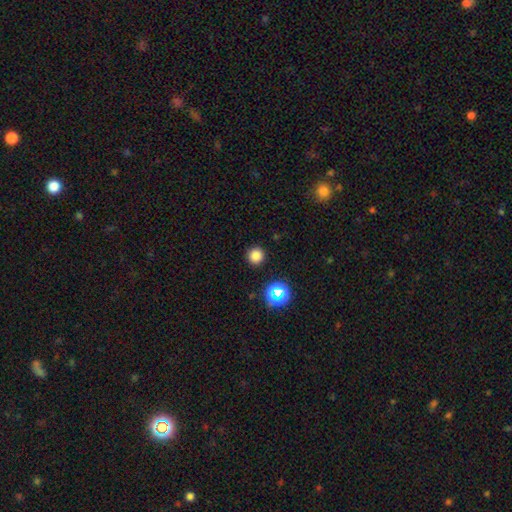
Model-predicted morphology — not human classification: smooth_or_featured: smooth (p=0.79) [alt: star or artifact p=0.17]
how_rounded: round (p=0.95) [alt: in between p=0.04]
merging: none (p=0.92) [alt: minor disturbance p=0.05]